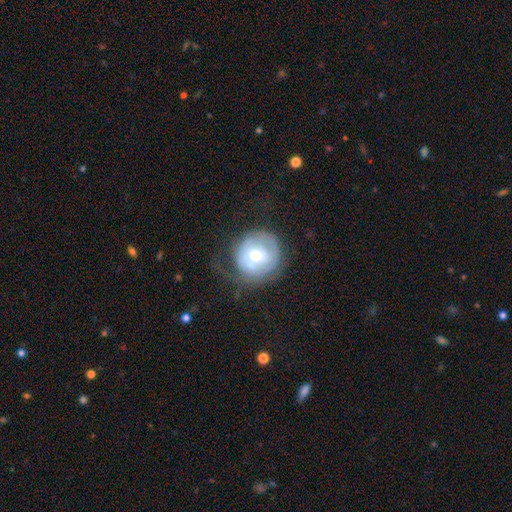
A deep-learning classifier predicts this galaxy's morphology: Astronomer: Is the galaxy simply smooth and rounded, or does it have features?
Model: featured or disk — 51% (runner-up: smooth, 41%).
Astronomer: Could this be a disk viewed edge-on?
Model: no — 97%.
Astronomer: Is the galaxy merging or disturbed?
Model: none — 44% (runner-up: major disturbance, 27%).